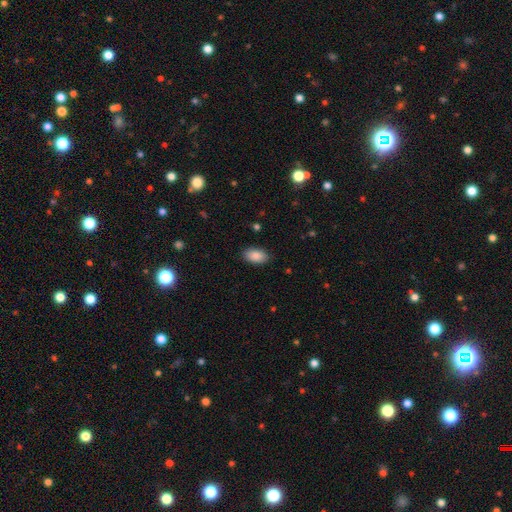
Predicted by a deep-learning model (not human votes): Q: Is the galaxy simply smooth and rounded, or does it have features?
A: smooth — 89%.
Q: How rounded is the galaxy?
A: in between — 94%.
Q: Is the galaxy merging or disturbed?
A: none — 88%.